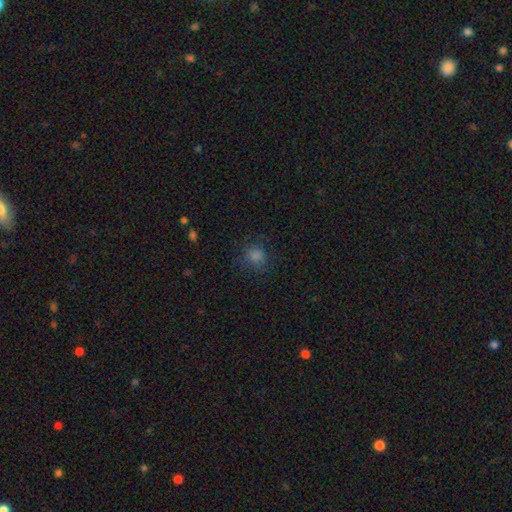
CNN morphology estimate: type=smooth (74%); roundness=round (86%); merging=none (79%).